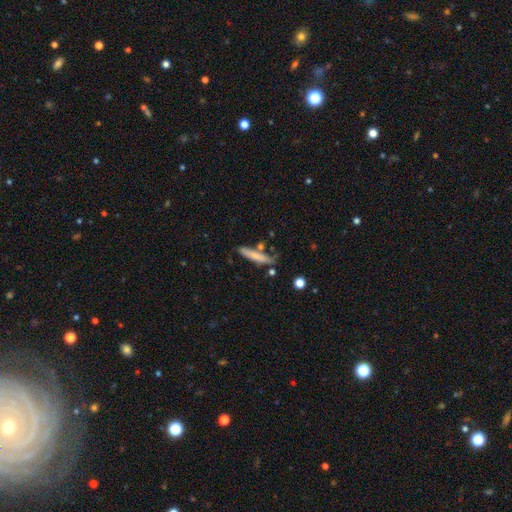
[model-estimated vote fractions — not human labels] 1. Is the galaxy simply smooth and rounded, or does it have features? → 72% smooth, 22% featured or disk, 6% star or artifact.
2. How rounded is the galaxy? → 89% cigar-shaped, 10% in between, 2% round.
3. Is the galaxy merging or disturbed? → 69% none, 18% minor disturbance, 9% merger, 4% major disturbance.